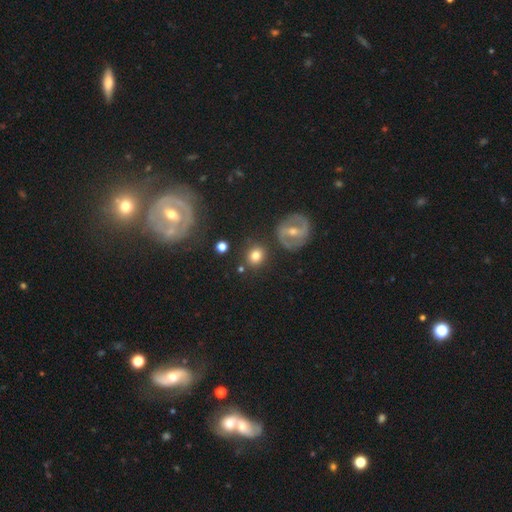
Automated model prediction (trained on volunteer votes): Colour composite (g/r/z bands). It shows a smooth galaxy with no disk features (77%) that is round (85%). Merging: none (83%).